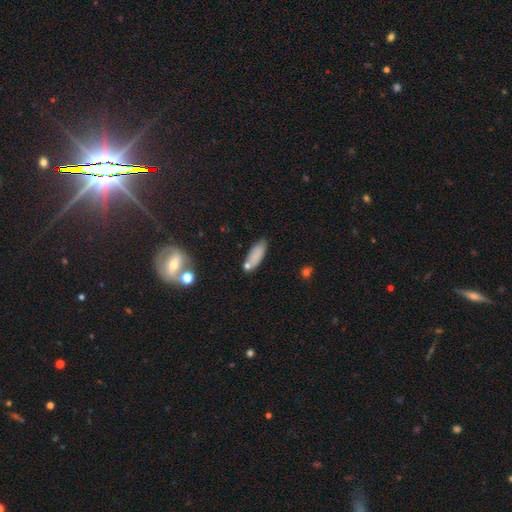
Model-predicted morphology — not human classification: smooth_or_featured: smooth (p=0.81) [alt: featured or disk p=0.10]
how_rounded: in between (p=0.69) [alt: cigar-shaped p=0.29]
merging: none (p=0.68) [alt: minor disturbance p=0.17]